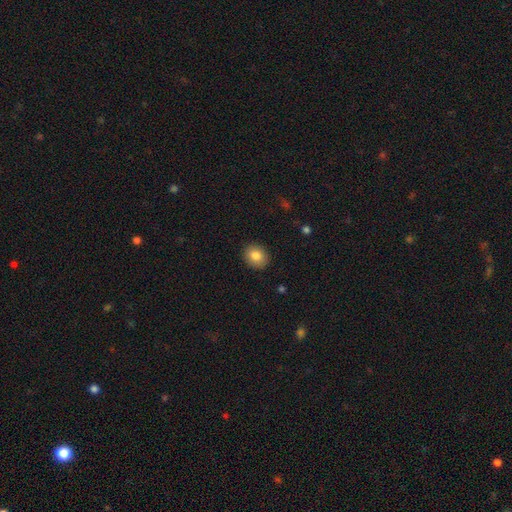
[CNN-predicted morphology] This appears to be a smooth galaxy with no disk features (83%) that is round (61%). Merging: none (90%).